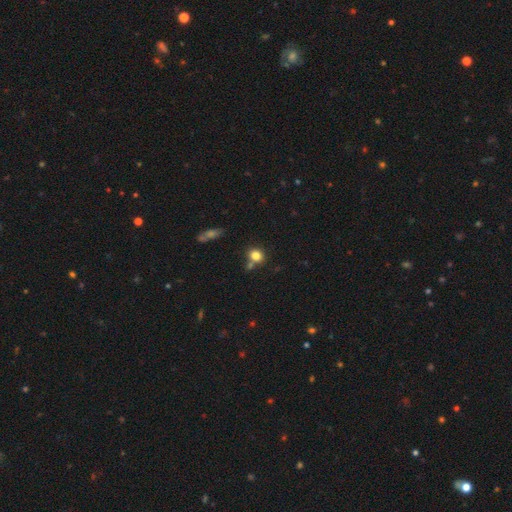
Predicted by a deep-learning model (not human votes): Smooth or featured?
  - smooth: 81% *
  - star or artifact: 12%
  - featured or disk: 7%
How rounded?
  - round: 72% *
  - in between: 26%
  - cigar-shaped: 1%
Merging?
  - none: 65% *
  - merger: 19%
  - minor disturbance: 13%
  - major disturbance: 4%